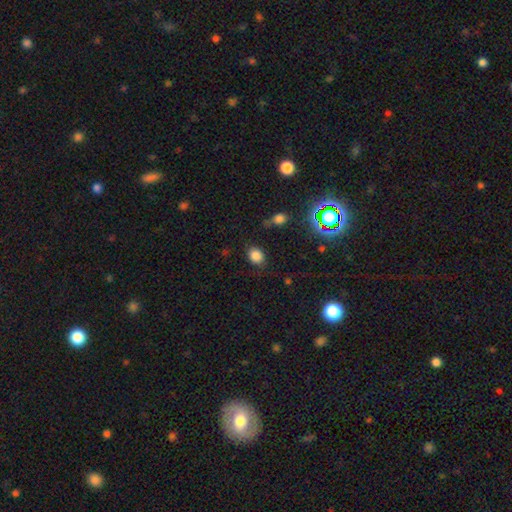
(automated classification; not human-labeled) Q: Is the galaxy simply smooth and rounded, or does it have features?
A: smooth — 81%.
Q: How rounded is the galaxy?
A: round — 50%.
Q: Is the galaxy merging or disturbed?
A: none — 79%.